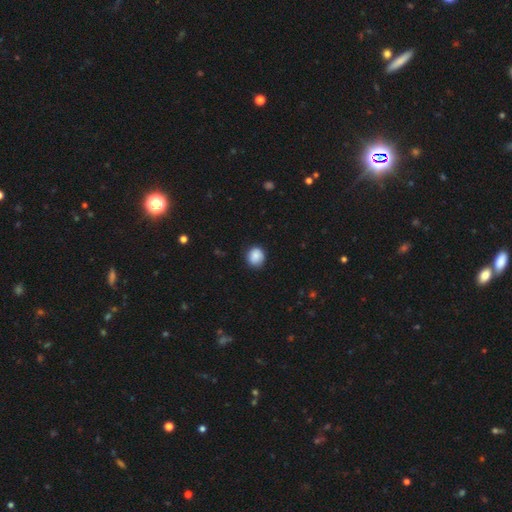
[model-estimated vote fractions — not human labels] The model was most divided on "how rounded": round: 77%, in between: 22%, cigar-shaped: 1%. More confident: smooth or featured — smooth (87%); merging — none (82%).